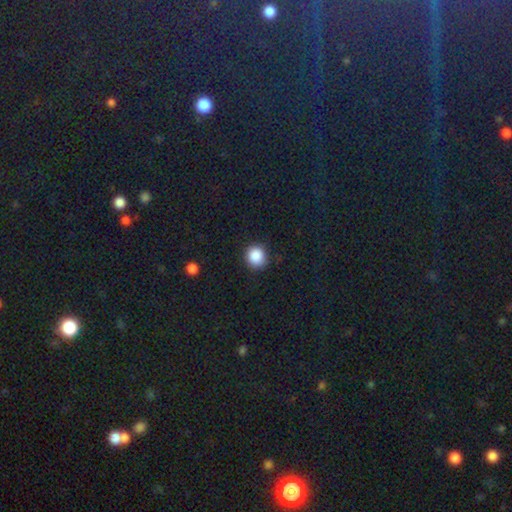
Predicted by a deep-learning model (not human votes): Overall: smooth (87%). How rounded: round (90%). Merging: none (87%).